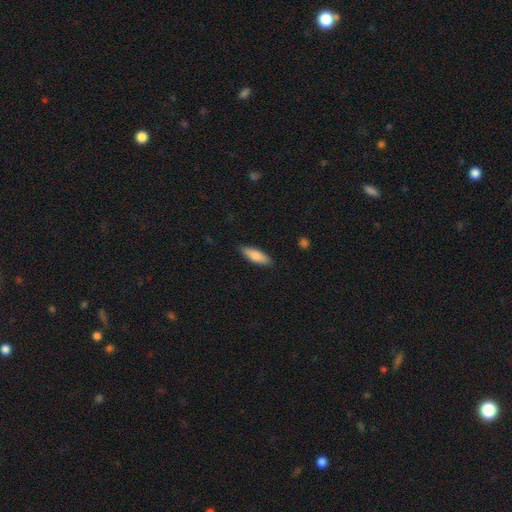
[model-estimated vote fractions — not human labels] smooth_or_featured: smooth (p=0.80) [alt: featured or disk p=0.14]
how_rounded: in between (p=0.61) [alt: cigar-shaped p=0.37]
merging: none (p=0.87) [alt: minor disturbance p=0.10]